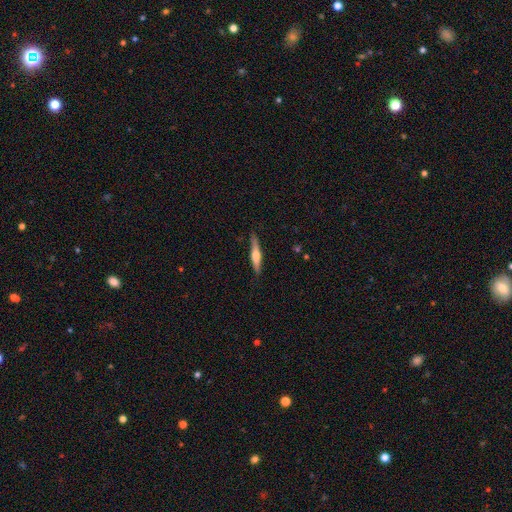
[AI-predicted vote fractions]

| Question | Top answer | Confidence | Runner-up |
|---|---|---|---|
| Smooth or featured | featured or disk | 53% | smooth (41%) |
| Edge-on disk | yes | 96% | no (4%) |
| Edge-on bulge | rounded | 87% | none (7%) |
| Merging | none | 85% | minor disturbance (12%) |